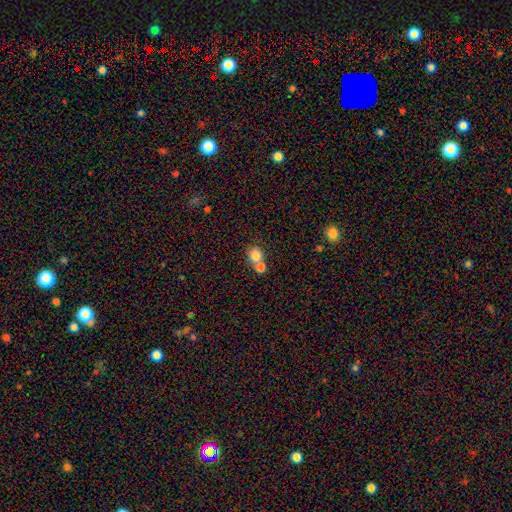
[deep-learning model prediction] This is clearly a smooth galaxy (81%). How rounded: clearly round (84%). Merging: possibly merger (47%).